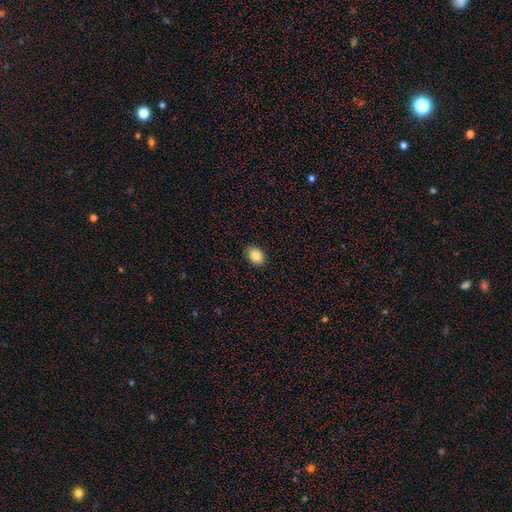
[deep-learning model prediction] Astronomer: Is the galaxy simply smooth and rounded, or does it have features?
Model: smooth — 85%.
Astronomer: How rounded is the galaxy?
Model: in between — 71%.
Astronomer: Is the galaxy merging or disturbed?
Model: none — 90%.